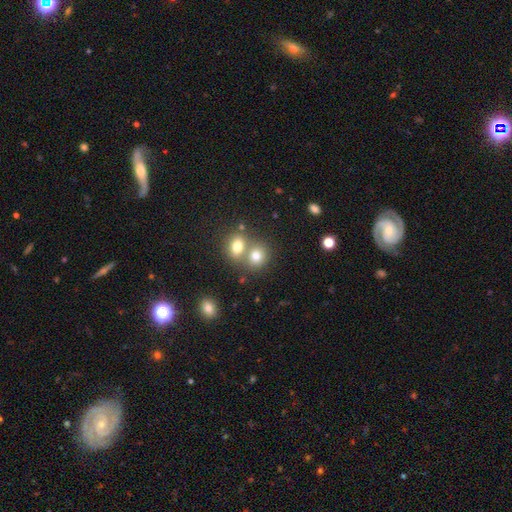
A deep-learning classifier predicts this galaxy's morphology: type=smooth (76%); roundness=round (68%); merging=merger (51%).